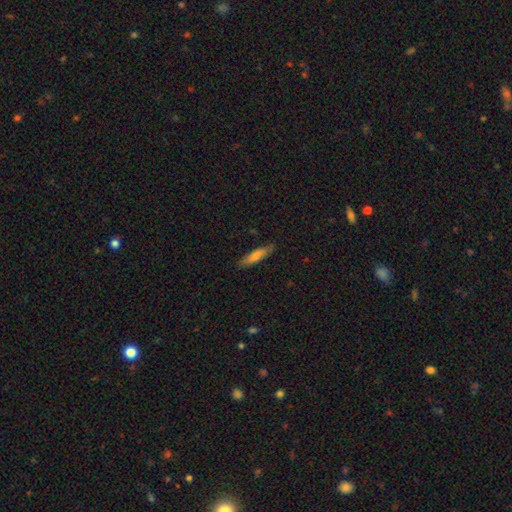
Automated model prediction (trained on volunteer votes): Smooth or featured: smooth — 68% (featured or disk — 26%)
How rounded: cigar-shaped — 74% (in between — 24%)
Merging: none — 86% (minor disturbance — 11%)